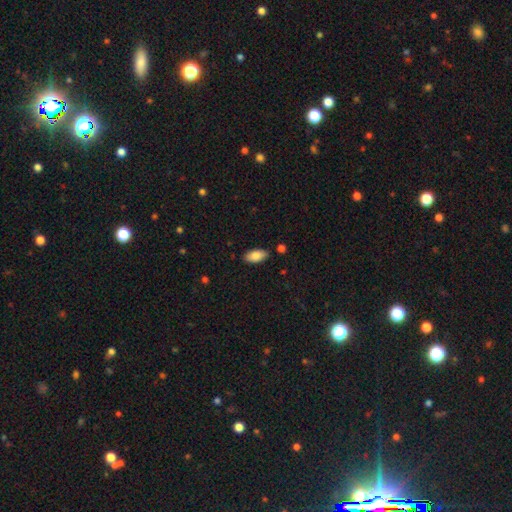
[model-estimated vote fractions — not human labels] smooth-or-featured: smooth: 85% | featured or disk: 8% | star or artifact: 7%
  how-rounded: in between: 92% | cigar-shaped: 6% | round: 2%
  merging: none: 85% | minor disturbance: 10% | merger: 2% | major disturbance: 2%